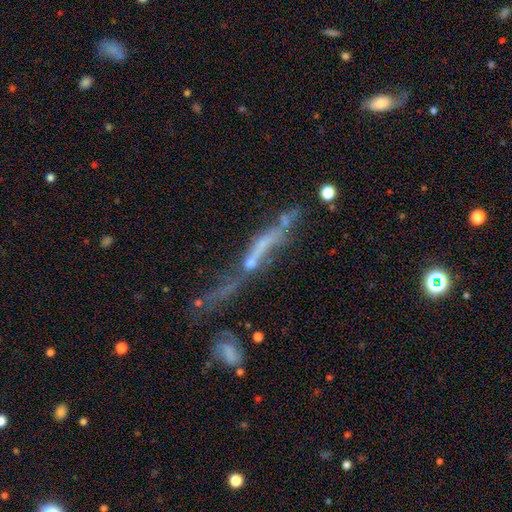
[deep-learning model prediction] This is likely a featured or disk galaxy (61%). It is possibly not viewed edge-on (50%, tied with yes). Merging: marginally merger (31%, tied with major disturbance).